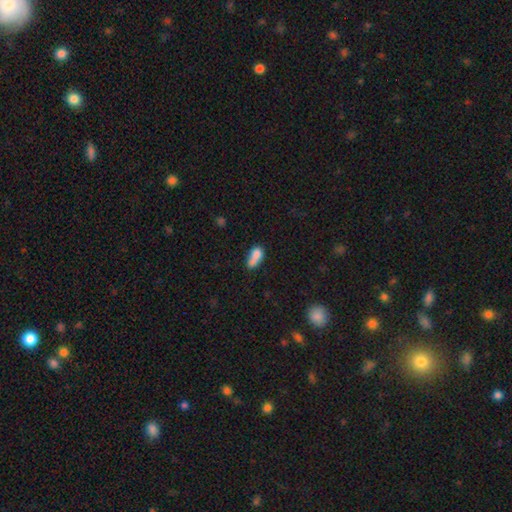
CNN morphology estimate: Smooth or featured: smooth — 75% (featured or disk — 15%)
How rounded: in between — 78% (round — 12%)
Merging: merger — 37% (none — 30%)